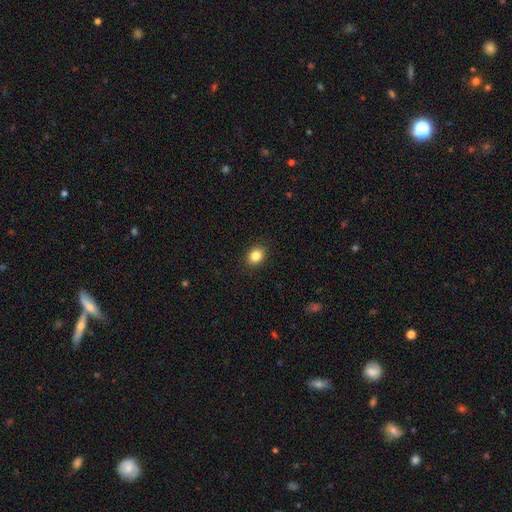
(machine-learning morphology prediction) Smooth or featured?
  - smooth: 85% *
  - star or artifact: 10%
  - featured or disk: 5%
How rounded?
  - in between: 53% *
  - round: 46%
  - cigar-shaped: 1%
Merging?
  - none: 90% *
  - minor disturbance: 7%
  - major disturbance: 2%
  - merger: 1%